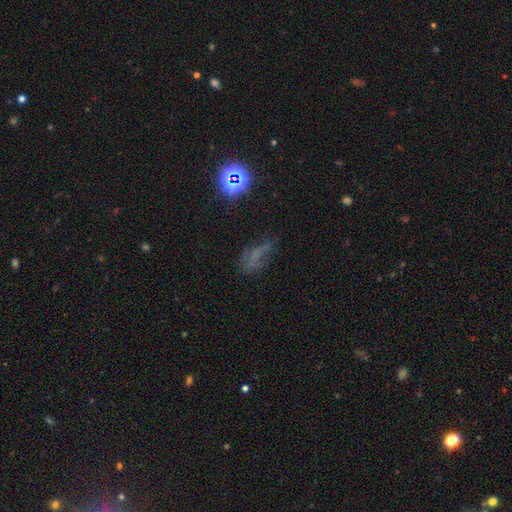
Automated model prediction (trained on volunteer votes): A star or artifact, not a galaxy (34%).

Vote fractions:
- Smooth or featured? star or artifact: 34% / smooth: 33% / featured or disk: 33%